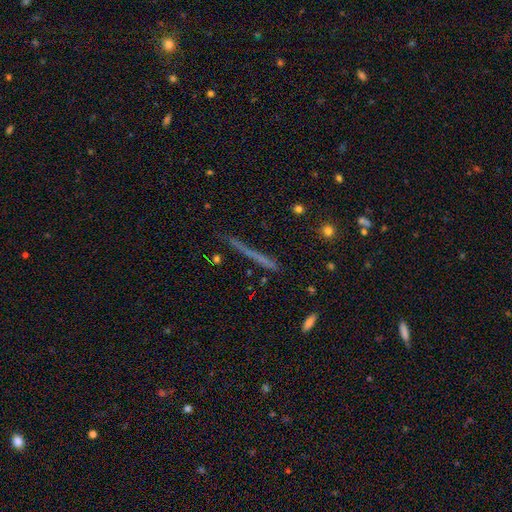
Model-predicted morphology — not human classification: featured or disk 46%, smooth 36%, star or artifact 18%. Down the decision tree: merging — none (86%).